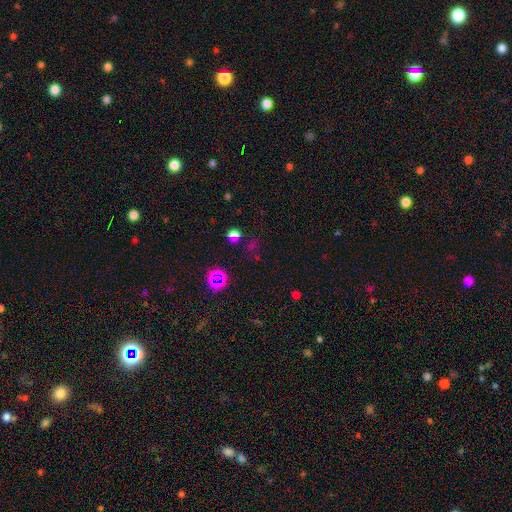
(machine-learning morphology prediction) star or artifact 56%, smooth 36%, featured or disk 8%.